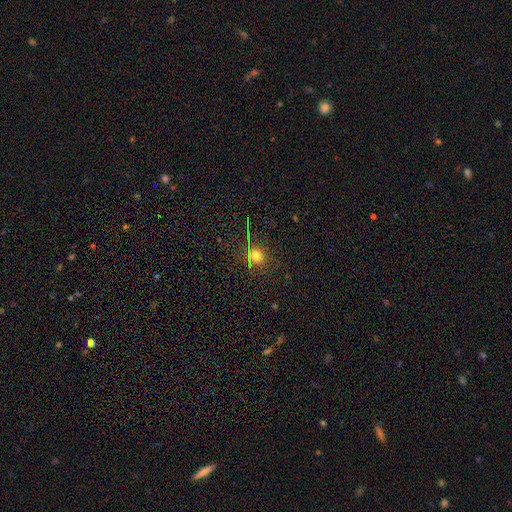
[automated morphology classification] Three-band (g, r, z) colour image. It shows a smooth galaxy with no disk features (59%) that is round (87%). Merging: none (84%).